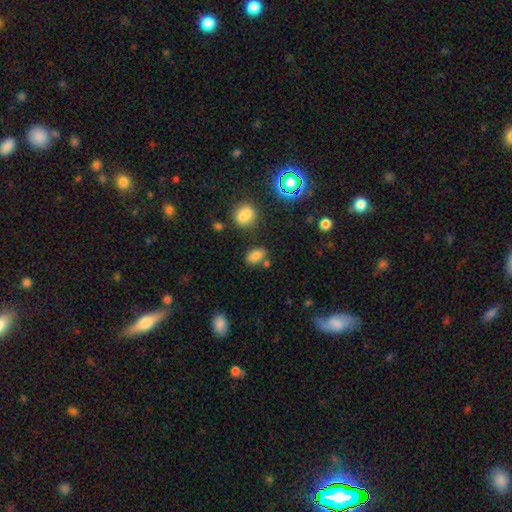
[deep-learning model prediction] smooth_or_featured: smooth (p=0.78) [alt: star or artifact p=0.14]
how_rounded: in between (p=0.85) [alt: round p=0.12]
merging: none (p=0.71) [alt: minor disturbance p=0.14]